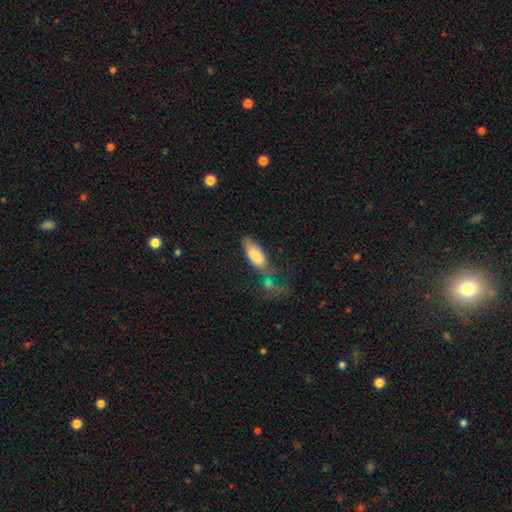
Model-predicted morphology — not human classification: Q: Smooth or featured?
A: smooth (84%); runner-up: featured or disk (9%)
Q: How rounded?
A: in between (77%); runner-up: cigar-shaped (21%)
Q: Merging?
A: none (46%); runner-up: minor disturbance (26%)